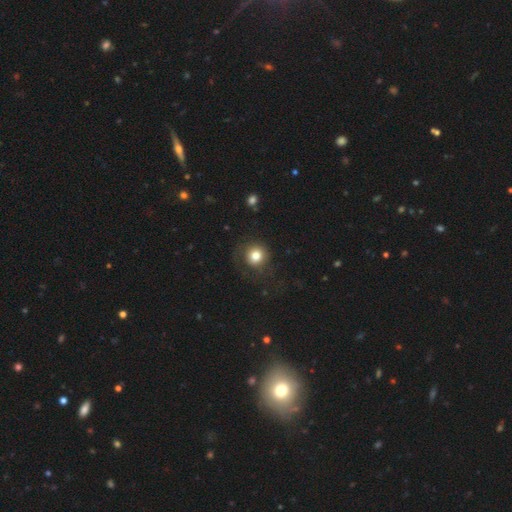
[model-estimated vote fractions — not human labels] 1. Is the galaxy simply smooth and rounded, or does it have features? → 79% smooth, 11% featured or disk, 10% star or artifact.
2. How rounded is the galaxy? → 91% round, 9% in between, 1% cigar-shaped.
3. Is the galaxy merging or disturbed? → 68% none, 15% minor disturbance, 15% major disturbance, 2% merger.